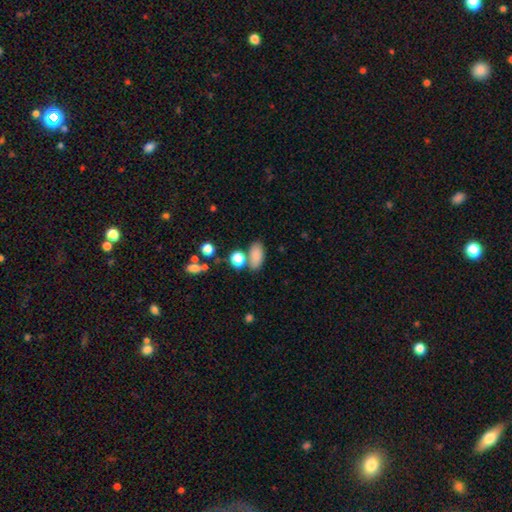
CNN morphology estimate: A smooth galaxy with no disk features (84%) that is in between round and cigar-shaped (87%).

Vote fractions:
- Smooth or featured? smooth: 84% / star or artifact: 9% / featured or disk: 7%
- How rounded? in between: 87% / round: 7% / cigar-shaped: 6%
- Merging? none: 65% / merger: 17% / minor disturbance: 13% / major disturbance: 5%